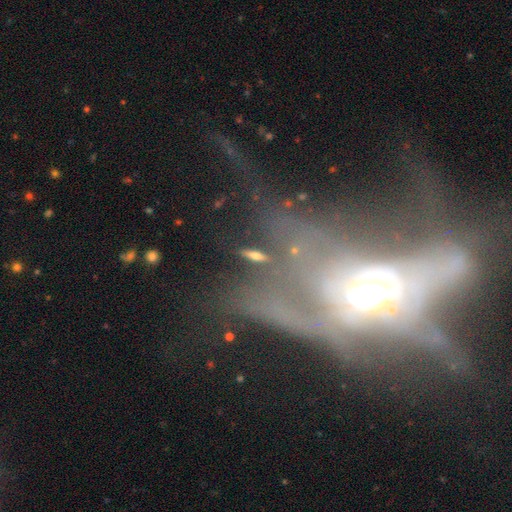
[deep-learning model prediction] Smooth or featured? Predicted: smooth (p=0.42). Merging? Predicted: none (p=0.79).